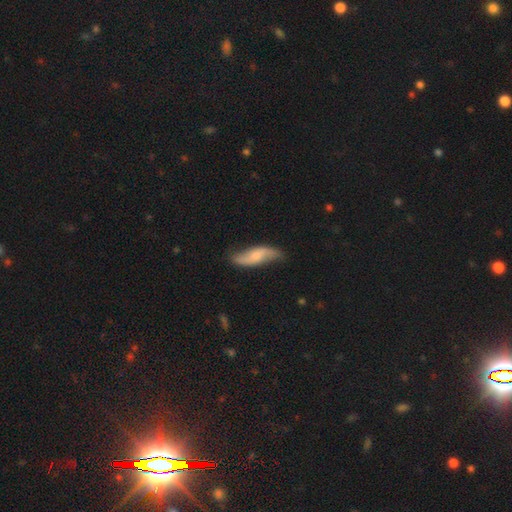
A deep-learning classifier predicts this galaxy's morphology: featured or disk 58%, smooth 35%, star or artifact 6%. Down the decision tree: edge-on disk — no (83%); merging — none (74%).